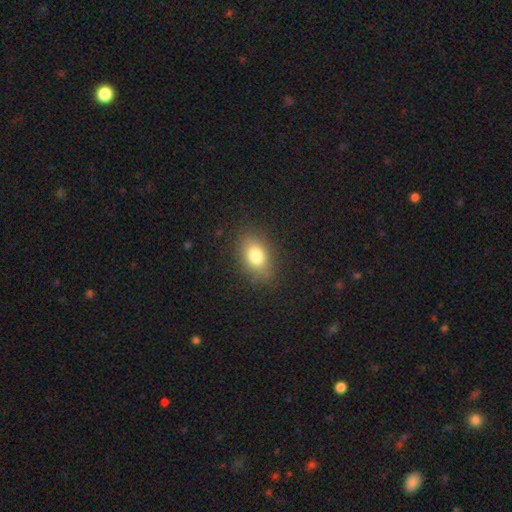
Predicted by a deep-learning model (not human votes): smooth_or_featured: smooth (p=0.77) [alt: featured or disk p=0.12]
how_rounded: in between (p=0.78) [alt: round p=0.19]
merging: none (p=0.82) [alt: minor disturbance p=0.13]